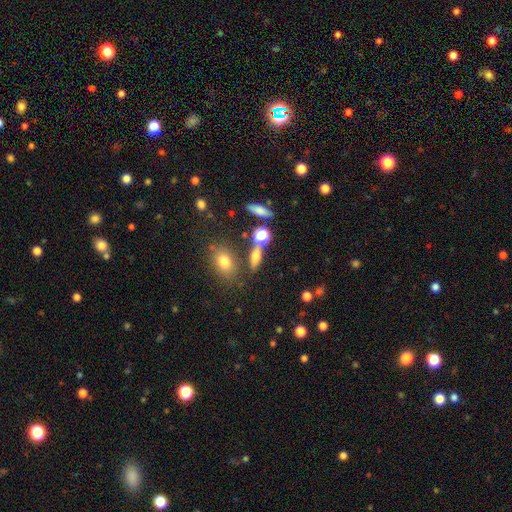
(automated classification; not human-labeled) Smooth or featured?
  - smooth: 62% *
  - featured or disk: 21%
  - star or artifact: 17%
How rounded?
  - in between: 50% *
  - cigar-shaped: 34%
  - round: 17%
Merging?
  - none: 66% *
  - merger: 16%
  - minor disturbance: 13%
  - major disturbance: 6%